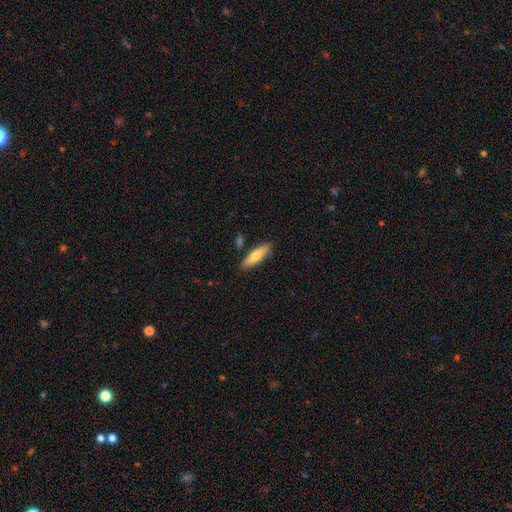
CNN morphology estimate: Q: Smooth or featured?
A: smooth (68%); runner-up: featured or disk (26%)
Q: How rounded?
A: cigar-shaped (60%); runner-up: in between (38%)
Q: Merging?
A: none (84%); runner-up: minor disturbance (10%)